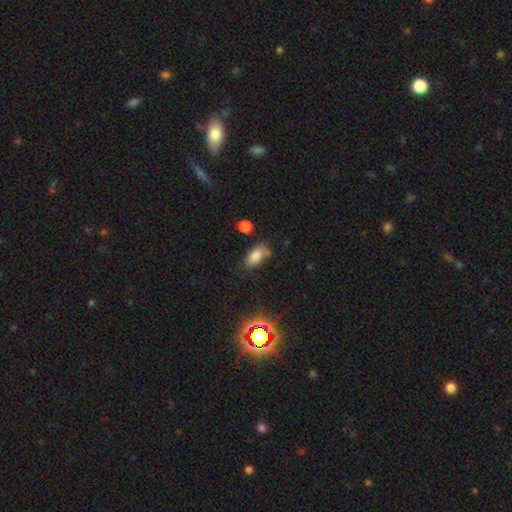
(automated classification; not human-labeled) Smooth or featured?
  - smooth: 78% *
  - star or artifact: 13%
  - featured or disk: 9%
How rounded?
  - in between: 89% *
  - cigar-shaped: 6%
  - round: 5%
Merging?
  - none: 66% *
  - minor disturbance: 22%
  - merger: 7%
  - major disturbance: 6%